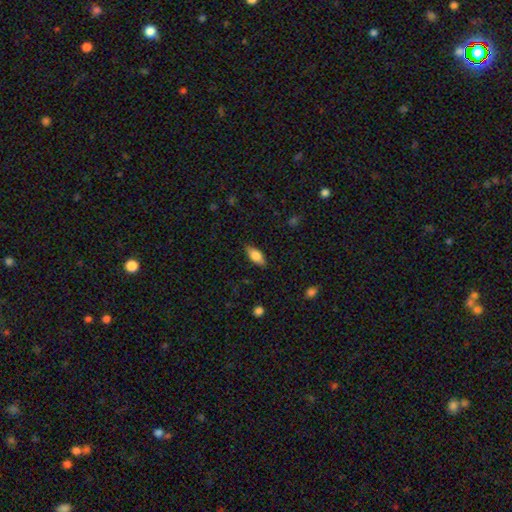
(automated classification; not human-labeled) A smooth galaxy with no disk features (78%) that is in between round and cigar-shaped (85%).

Vote fractions:
- Smooth or featured? smooth: 78% / featured or disk: 15% / star or artifact: 7%
- How rounded? in between: 85% / cigar-shaped: 13% / round: 3%
- Merging? none: 85% / minor disturbance: 11% / major disturbance: 2% / merger: 1%